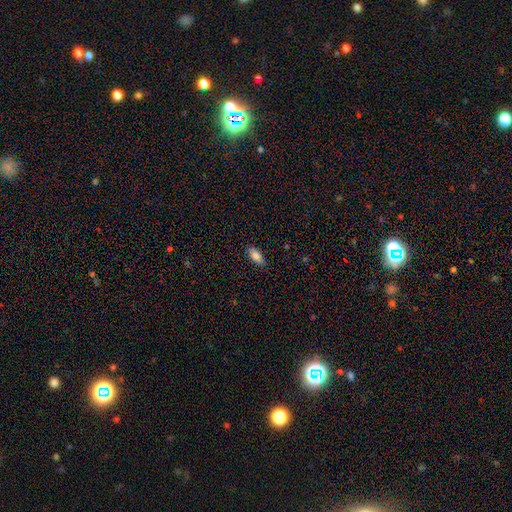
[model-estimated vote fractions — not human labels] A smooth galaxy with no disk features (86%) that is in between round and cigar-shaped (88%). Merging: none (86%).